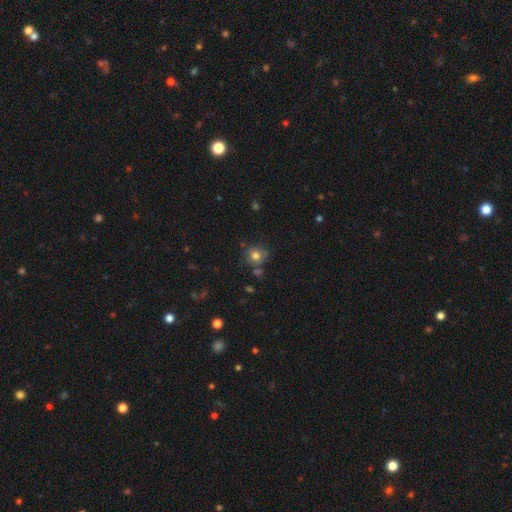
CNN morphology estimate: This appears to be a smooth galaxy with no disk features (77%) that is round (83%). Merging: none (70%).